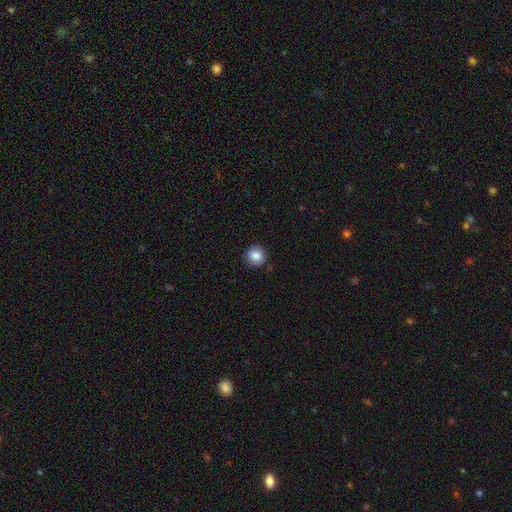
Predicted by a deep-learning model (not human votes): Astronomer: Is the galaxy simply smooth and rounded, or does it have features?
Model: smooth — 85%.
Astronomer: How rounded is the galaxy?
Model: round — 92%.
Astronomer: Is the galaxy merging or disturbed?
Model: none — 89%.